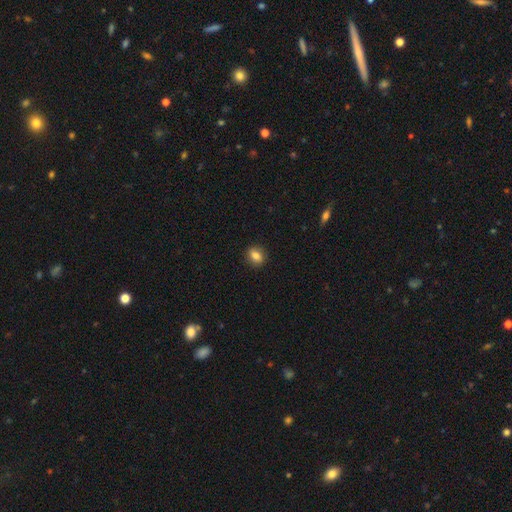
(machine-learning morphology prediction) smooth-or-featured: smooth: 81% | featured or disk: 10% | star or artifact: 9%
  how-rounded: round: 53% | in between: 45% | cigar-shaped: 2%
  merging: none: 89% | minor disturbance: 8% | major disturbance: 2% | merger: 1%